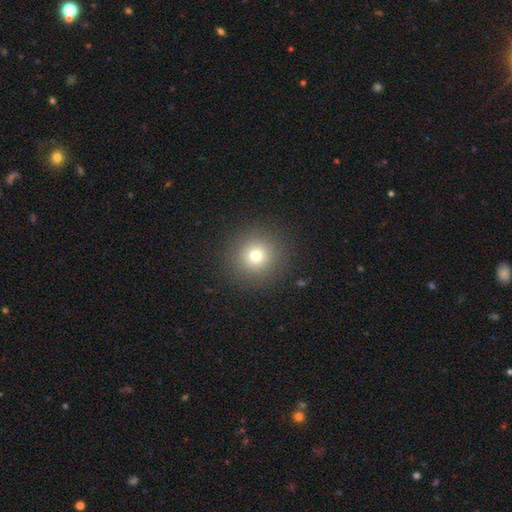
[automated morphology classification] Smooth or featured? Predicted: smooth (p=0.74). How rounded? Predicted: round (p=0.95). Merging? Predicted: none (p=0.91).